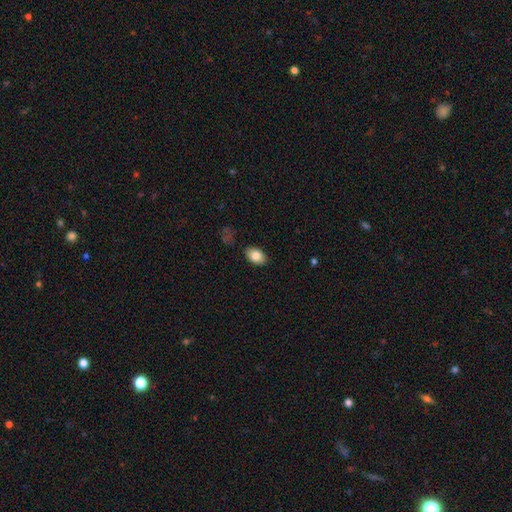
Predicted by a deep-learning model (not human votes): Morphology: type=smooth (82%); roundness=in between (88%); merging=none (87%).